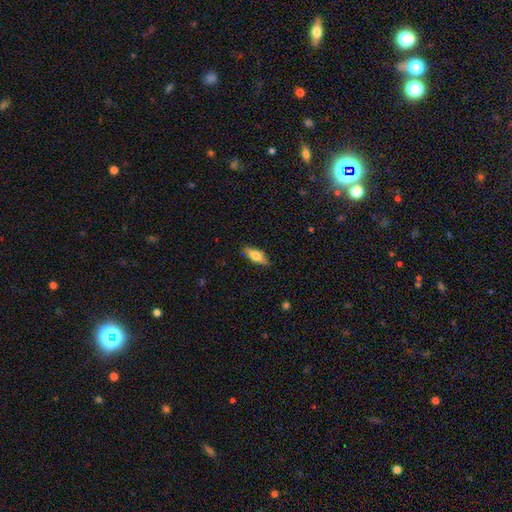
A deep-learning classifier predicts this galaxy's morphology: This is possibly a smooth galaxy (56%). How rounded: possibly in between (52%). Merging: clearly none (85%).